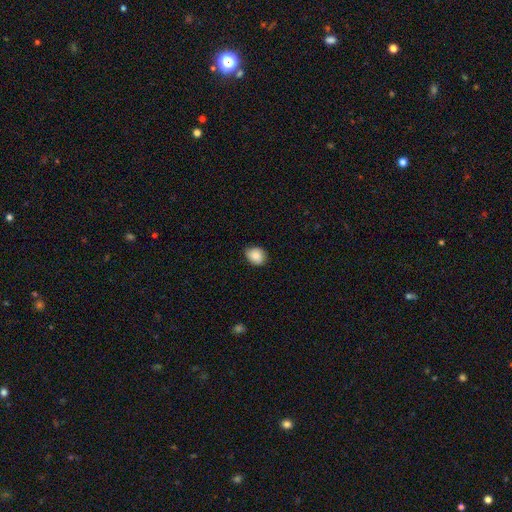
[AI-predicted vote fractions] This is clearly a smooth galaxy (86%). How rounded: possibly round (54%). Merging: clearly none (80%).